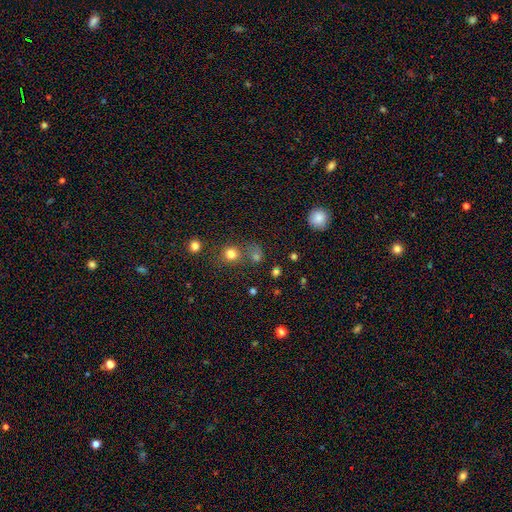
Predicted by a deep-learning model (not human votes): This is likely a smooth galaxy (66%). How rounded: clearly round (86%). Merging: possibly none (56%).